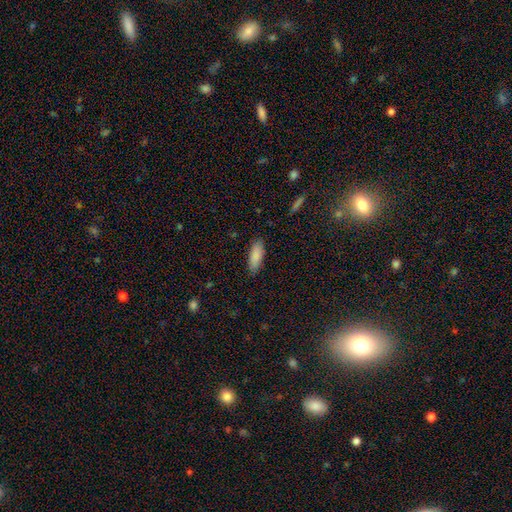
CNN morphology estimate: Q: Smooth or featured?
A: smooth (87%); runner-up: star or artifact (6%)
Q: How rounded?
A: in between (66%); runner-up: cigar-shaped (32%)
Q: Merging?
A: none (86%); runner-up: minor disturbance (11%)